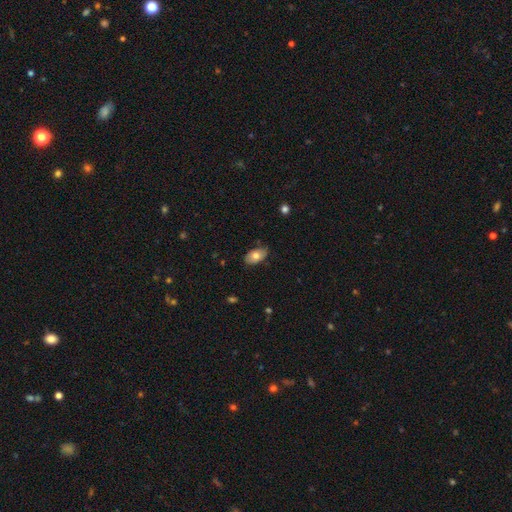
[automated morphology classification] Smooth or featured? Predicted: smooth (p=0.72). How rounded? Predicted: in between (p=0.92). Merging? Predicted: none (p=0.76).